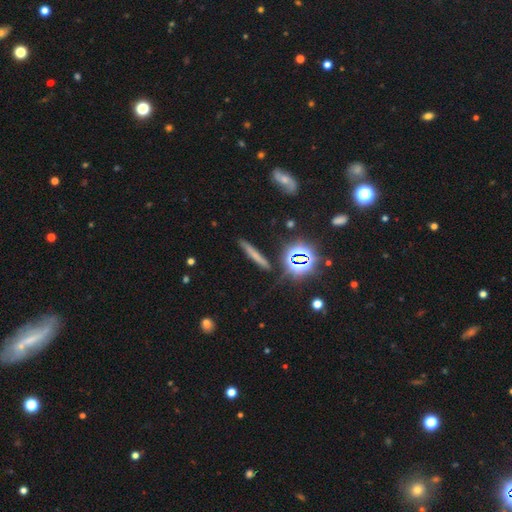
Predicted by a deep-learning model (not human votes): Smooth or featured: smooth — 53% (featured or disk — 26%)
How rounded: cigar-shaped — 88% (round — 6%)
Merging: none — 83% (minor disturbance — 11%)